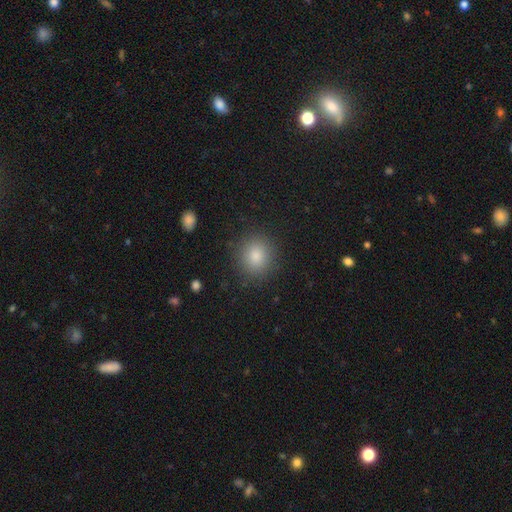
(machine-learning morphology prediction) Smooth or featured? Predicted: smooth (p=0.82). How rounded? Predicted: round (p=0.81). Merging? Predicted: none (p=0.89).